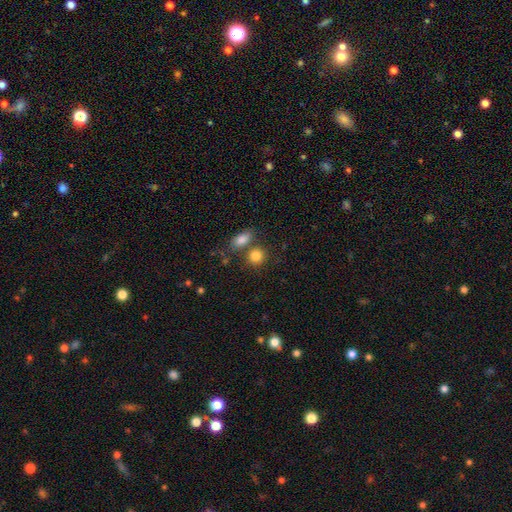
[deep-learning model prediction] This appears to be a smooth galaxy with no disk features (84%) that is round (75%). Merging: none (59%).